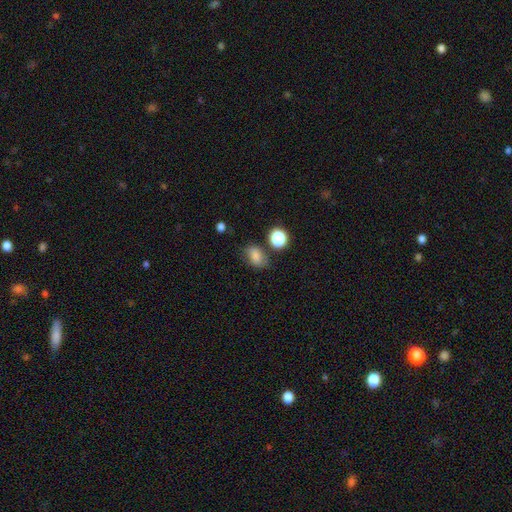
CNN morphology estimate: This is likely a smooth galaxy (79%). How rounded: likely in between (75%). Merging: likely none (68%).